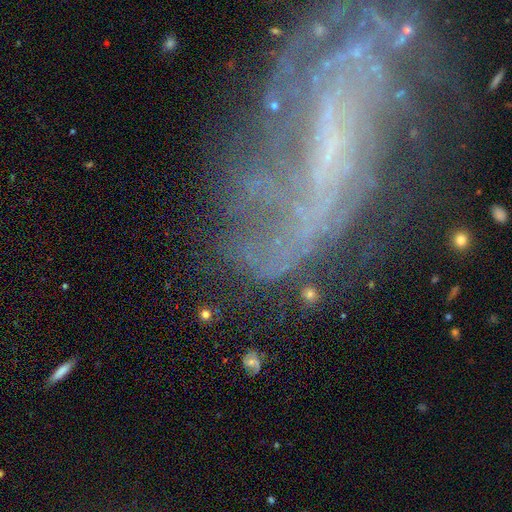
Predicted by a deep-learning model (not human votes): smooth-or-featured: featured or disk: 72% | star or artifact: 17% | smooth: 11%
  disk-edge-on: no: 95% | yes: 5%
    bar: no: 40% | weak: 33% | strong: 27%
    has-spiral-arms: yes: 72% | no: 28%
    bulge-size: small: 43% | none: 41% | moderate: 12% | large: 3% | dominant: 2%
  merging: none: 48% | major disturbance: 29% | minor disturbance: 18% | merger: 6%